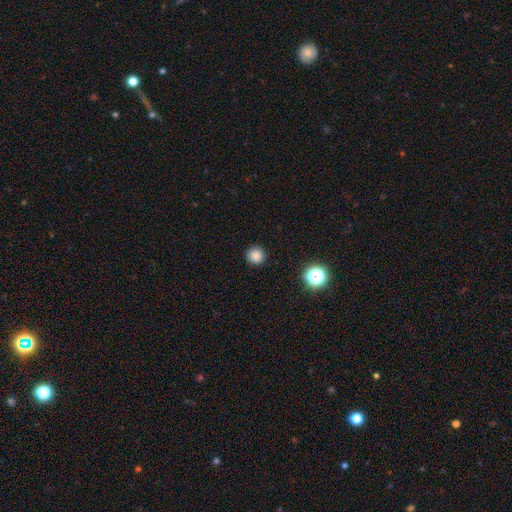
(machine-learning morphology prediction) smooth 83%, star or artifact 13%, featured or disk 3%. Down the decision tree: how rounded — round (95%); merging — none (91%).